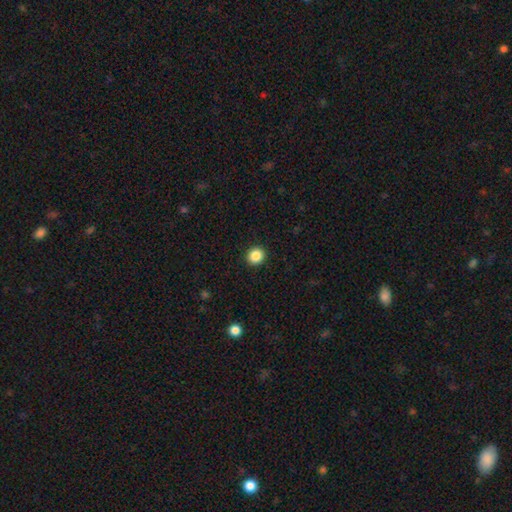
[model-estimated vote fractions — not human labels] Overall: smooth (87%). How rounded: round (87%). Merging: none (93%).